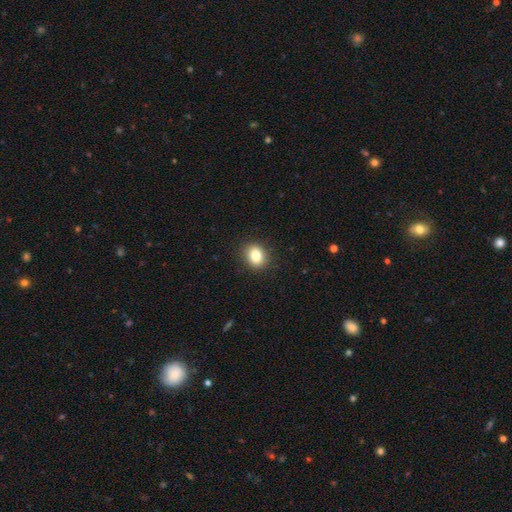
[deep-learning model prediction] Overall: smooth (83%). How rounded: round (51%; in between 48%). Merging: none (89%).